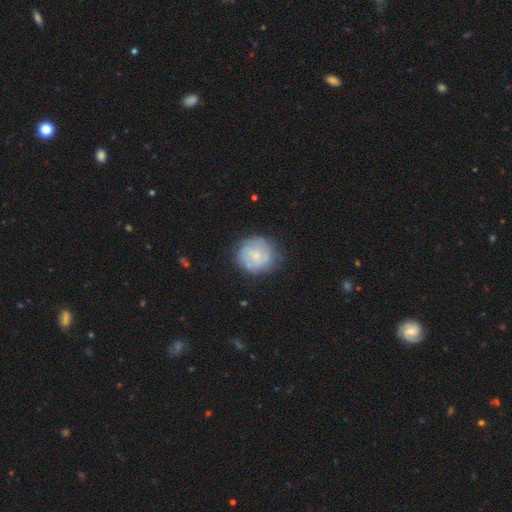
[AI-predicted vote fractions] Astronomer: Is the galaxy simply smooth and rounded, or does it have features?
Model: smooth — 50% (runner-up: featured or disk, 43%).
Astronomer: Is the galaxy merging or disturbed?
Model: none — 70%.